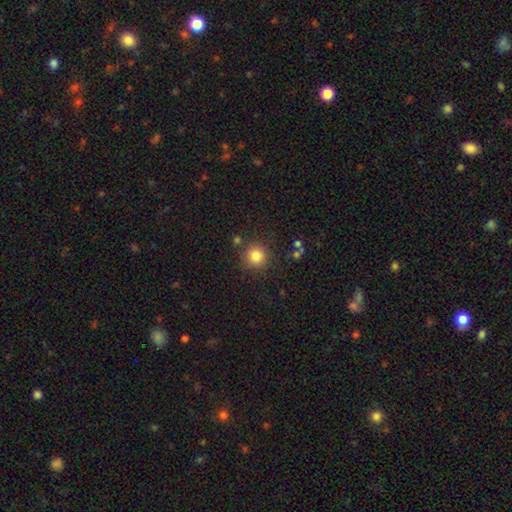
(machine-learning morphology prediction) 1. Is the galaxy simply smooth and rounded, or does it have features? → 83% smooth, 12% star or artifact, 6% featured or disk.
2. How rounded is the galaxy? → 94% round, 5% in between, 1% cigar-shaped.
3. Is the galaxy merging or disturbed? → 84% none, 8% minor disturbance, 5% merger, 3% major disturbance.